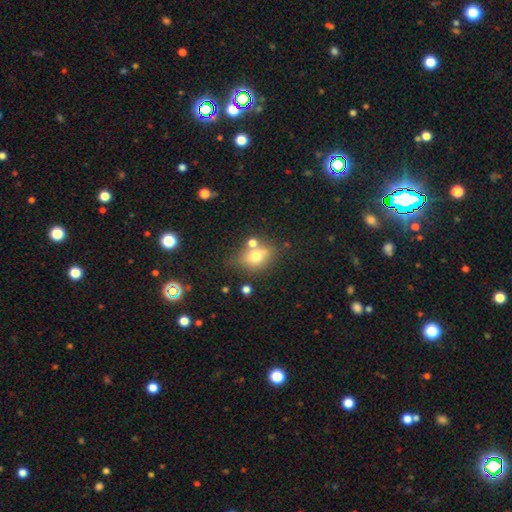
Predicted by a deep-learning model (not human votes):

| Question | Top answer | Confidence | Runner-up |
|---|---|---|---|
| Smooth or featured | smooth | 66% | featured or disk (21%) |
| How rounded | in between | 57% | round (40%) |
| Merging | none | 58% | merger (19%) |